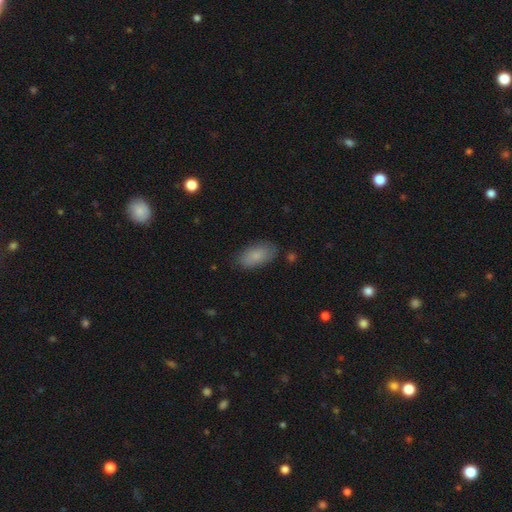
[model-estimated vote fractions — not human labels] A smooth galaxy with no disk features (84%) that is in between round and cigar-shaped (92%). Merging: none (81%).